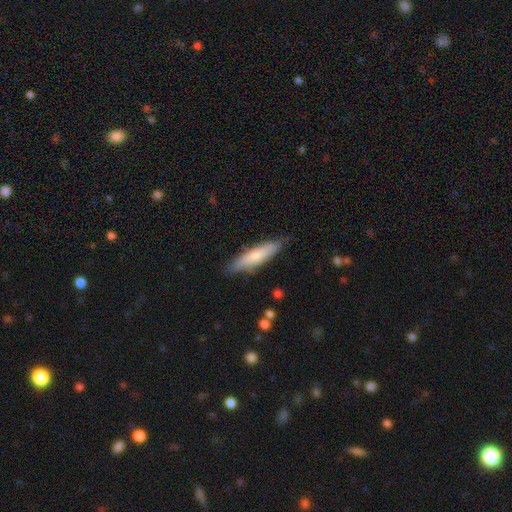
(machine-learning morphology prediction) Smooth or featured? smooth (73%)
How rounded? cigar-shaped (78%)
Merging? none (82%)